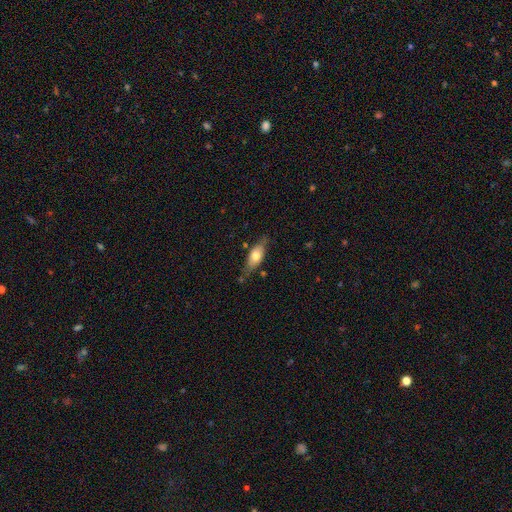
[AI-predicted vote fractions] Smooth or featured?
  - smooth: 62% *
  - featured or disk: 32%
  - star or artifact: 6%
How rounded?
  - in between: 71% *
  - cigar-shaped: 25%
  - round: 3%
Merging?
  - none: 68% *
  - minor disturbance: 23%
  - major disturbance: 5%
  - merger: 4%